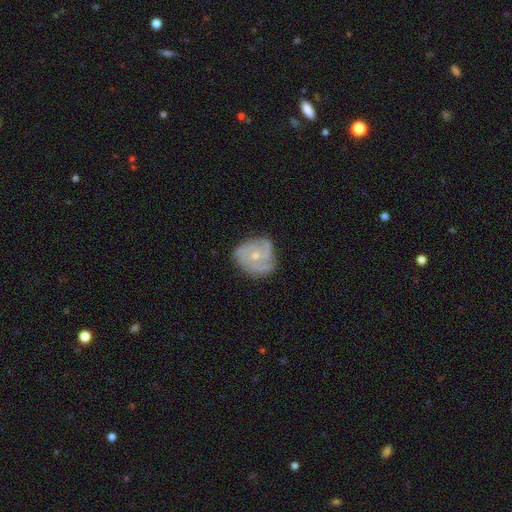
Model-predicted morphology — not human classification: The model was most divided on "spiral winding": tight: 51%, medium: 38%, loose: 11%. Remaining: edge-on disk — no (98%); spiral arms — yes (92%); bar — no (79%); smooth or featured — featured or disk (78%); merging — none (67%); bulge size — small (57%); spiral arm count — 3 (49%).